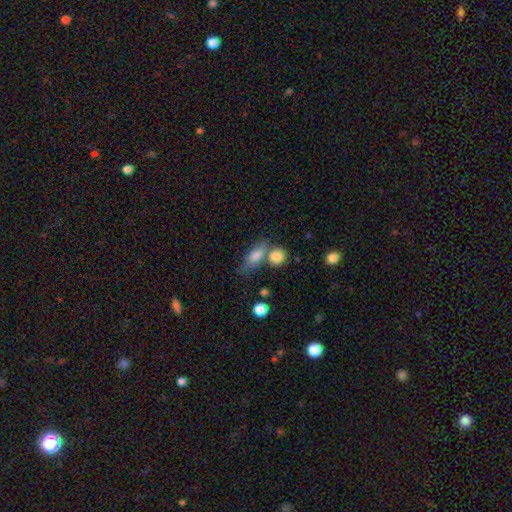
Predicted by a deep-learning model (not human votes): The model was most divided on "merging": none: 46%, merger: 31%, minor disturbance: 16%, major disturbance: 7%. More confident: smooth or featured — smooth (77%); how rounded — in between (69%).